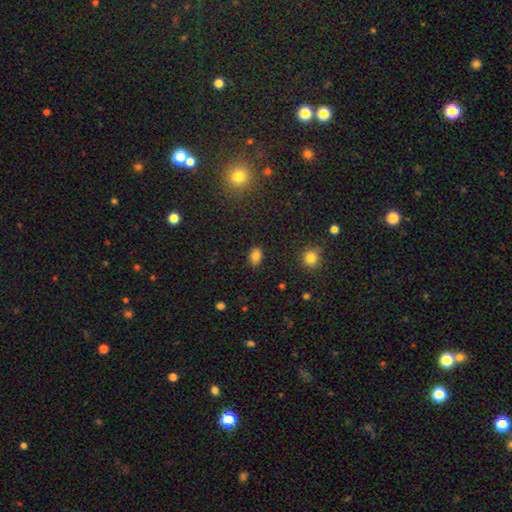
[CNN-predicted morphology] A smooth galaxy with no disk features (82%) that is in between round and cigar-shaped (82%). Merging: none (85%).